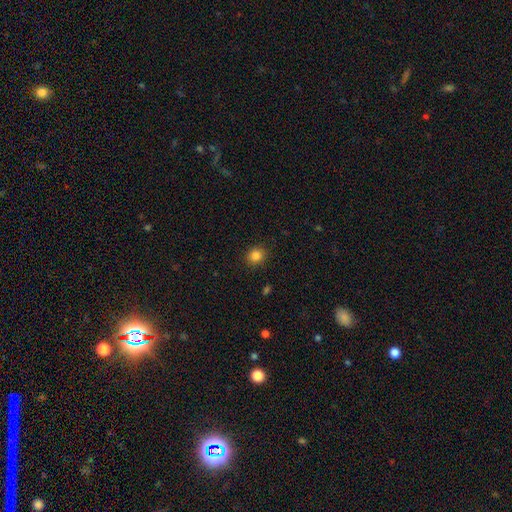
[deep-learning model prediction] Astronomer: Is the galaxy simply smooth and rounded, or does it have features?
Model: smooth — 85%.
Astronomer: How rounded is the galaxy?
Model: round — 78%.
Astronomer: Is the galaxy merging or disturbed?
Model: none — 89%.